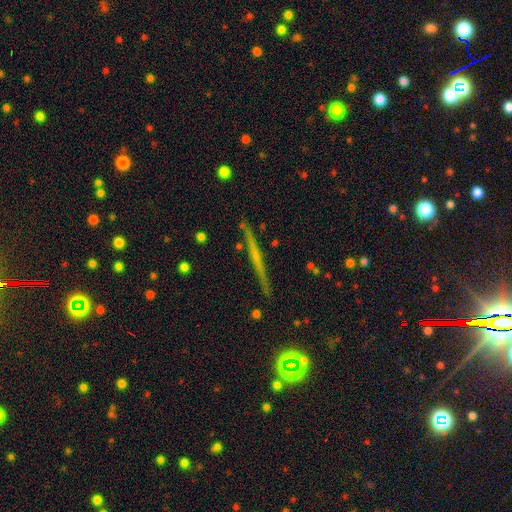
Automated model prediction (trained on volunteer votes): Smooth or featured? Predicted: featured or disk (p=0.62). Edge-on disk? Predicted: yes (p=0.97). Edge-on bulge? Predicted: none (p=0.75). Merging? Predicted: none (p=0.89).